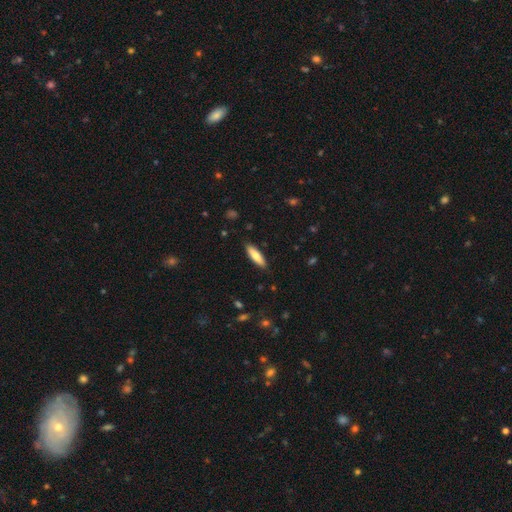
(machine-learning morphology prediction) Smooth or featured? Predicted: smooth (p=0.79). How rounded? Predicted: cigar-shaped (p=0.62). Merging? Predicted: none (p=0.87).